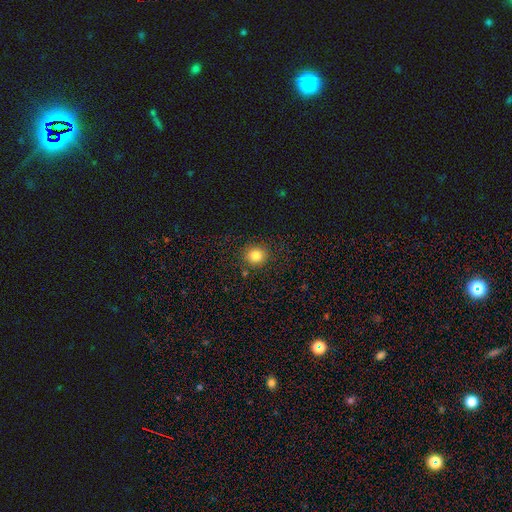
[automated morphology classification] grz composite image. It shows a smooth galaxy with no disk features (83%) that is round (85%). Merging: none (87%).